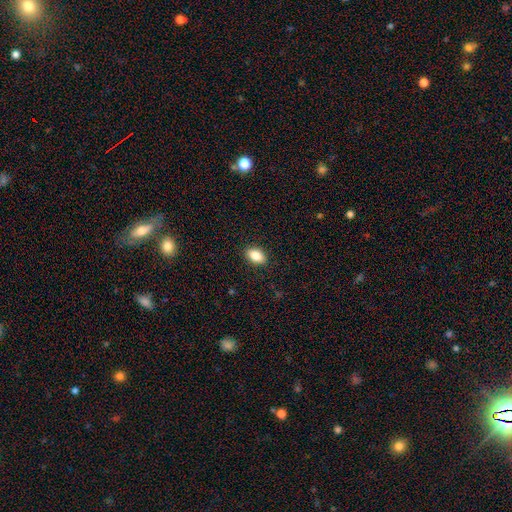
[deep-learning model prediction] This is clearly a smooth galaxy (85%). How rounded: clearly in between (88%). Merging: clearly none (89%).